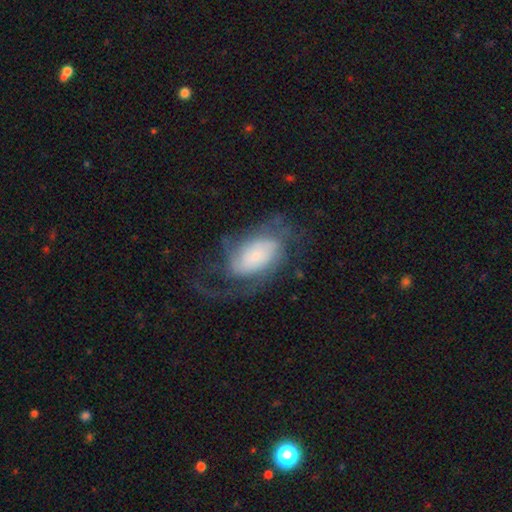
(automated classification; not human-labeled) smooth_or_featured: featured or disk (p=0.73) [alt: smooth p=0.20]
disk_edge_on: no (p=0.96) [alt: yes p=0.04]
bar: no (p=0.66) [alt: weak p=0.26]
has_spiral_arms: yes (p=0.91) [alt: no p=0.09]
spiral_winding: medium (p=0.42) [alt: tight p=0.32]
spiral_arm_count: 2 (p=0.38) [alt: can't tell p=0.28]
bulge_size: small (p=0.52) [alt: moderate p=0.18]
merging: none (p=0.51) [alt: major disturbance p=0.29]